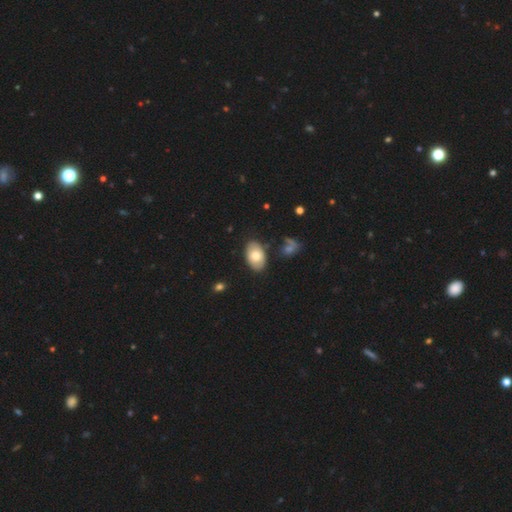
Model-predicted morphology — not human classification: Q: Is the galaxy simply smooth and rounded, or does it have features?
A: smooth — 72%.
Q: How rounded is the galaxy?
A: in between — 91%.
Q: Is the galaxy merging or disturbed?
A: none — 81%.